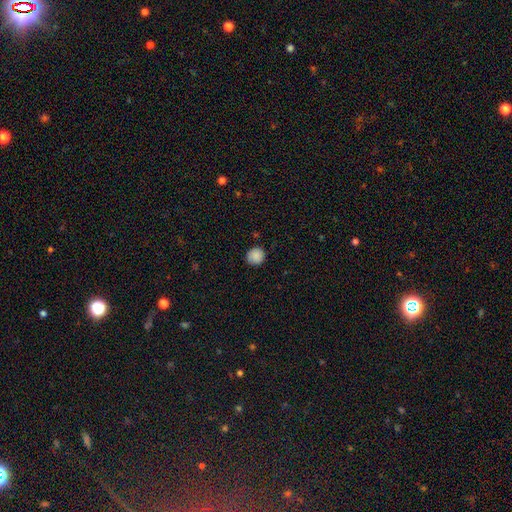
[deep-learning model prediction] Smooth or featured? smooth (88%)
How rounded? round (90%)
Merging? none (87%)